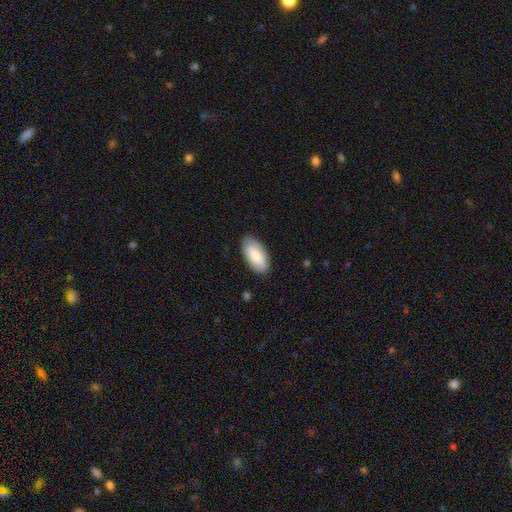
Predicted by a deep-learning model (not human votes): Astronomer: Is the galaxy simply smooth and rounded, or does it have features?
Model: smooth — 73%.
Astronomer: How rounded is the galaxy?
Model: in between — 92%.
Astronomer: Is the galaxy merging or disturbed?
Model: none — 86%.